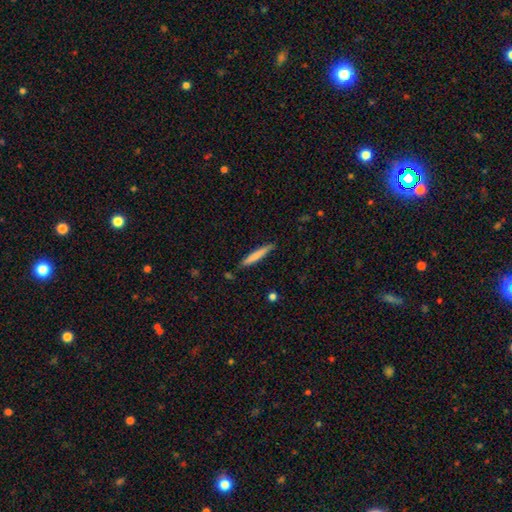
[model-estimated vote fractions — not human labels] A smooth galaxy with no disk features (76%) that is cigar-shaped (94%).

Vote fractions:
- Smooth or featured? smooth: 76% / featured or disk: 18% / star or artifact: 5%
- How rounded? cigar-shaped: 94% / in between: 5% / round: 1%
- Merging? none: 85% / minor disturbance: 12% / major disturbance: 2% / merger: 2%